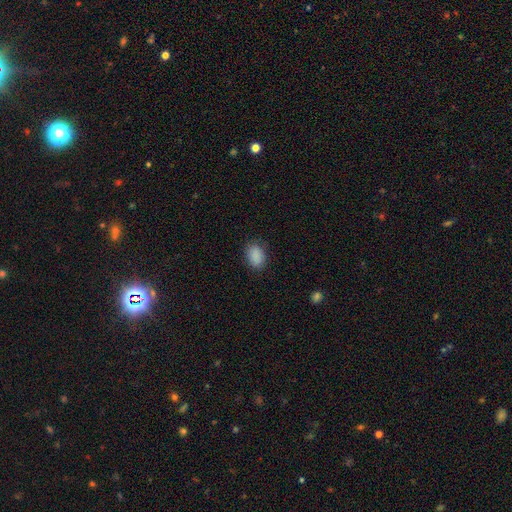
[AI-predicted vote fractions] smooth-or-featured: smooth: 89% | star or artifact: 8% | featured or disk: 3%
  how-rounded: in between: 78% | round: 20% | cigar-shaped: 1%
  merging: none: 83% | minor disturbance: 13% | major disturbance: 3% | merger: 1%